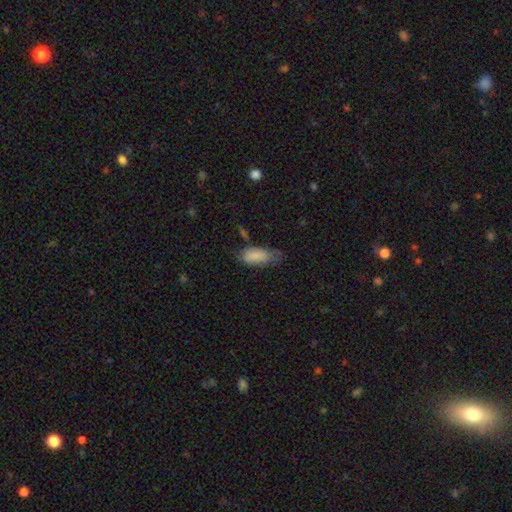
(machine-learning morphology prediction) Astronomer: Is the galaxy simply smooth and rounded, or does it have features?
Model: smooth — 83%.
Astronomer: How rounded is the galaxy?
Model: in between — 88%.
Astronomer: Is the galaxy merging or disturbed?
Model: none — 43% (runner-up: minor disturbance, 39%).